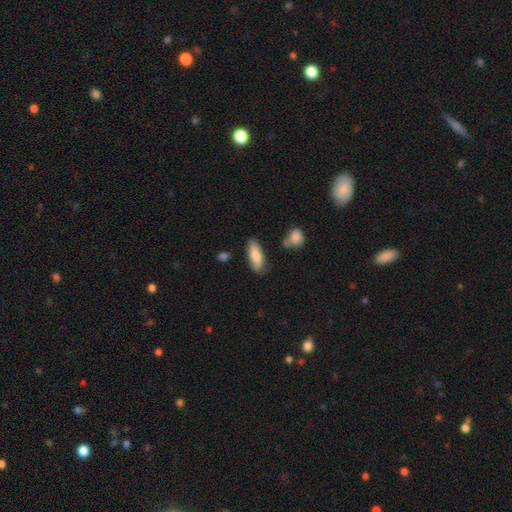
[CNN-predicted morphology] This is clearly a smooth galaxy (81%). How rounded: likely in between (69%). Merging: likely none (73%).